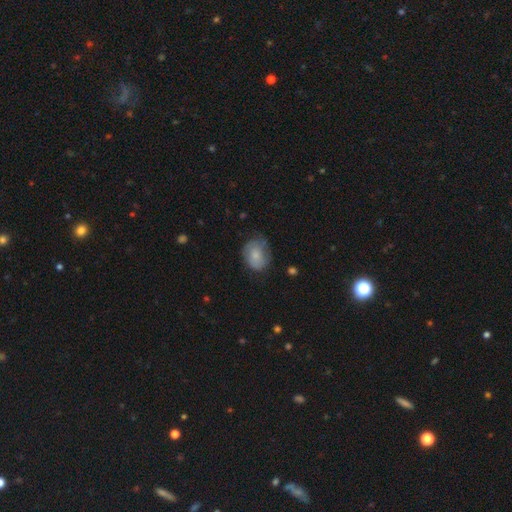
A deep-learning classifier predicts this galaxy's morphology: Smooth or featured?
  - smooth: 73% *
  - featured or disk: 20%
  - star or artifact: 7%
How rounded?
  - in between: 56% *
  - round: 43%
  - cigar-shaped: 1%
Merging?
  - none: 57% *
  - minor disturbance: 31%
  - major disturbance: 11%
  - merger: 2%